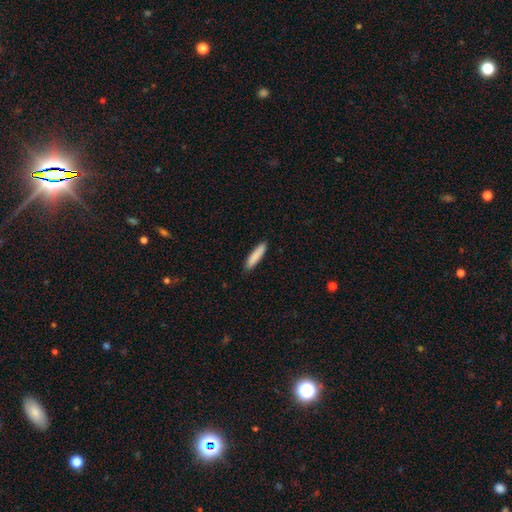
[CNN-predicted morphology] The model was most divided on "how rounded": cigar-shaped: 85%, in between: 14%, round: 1%. More confident: merging — none (90%); smooth or featured — smooth (87%).